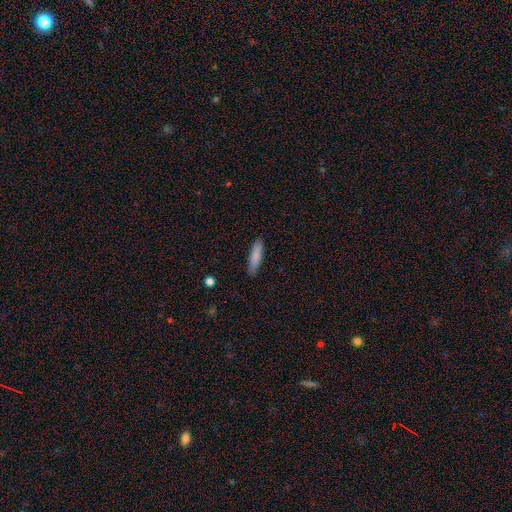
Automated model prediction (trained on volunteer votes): This appears to be a smooth galaxy with no disk features (84%) that is cigar-shaped (72%). Merging: none (88%).